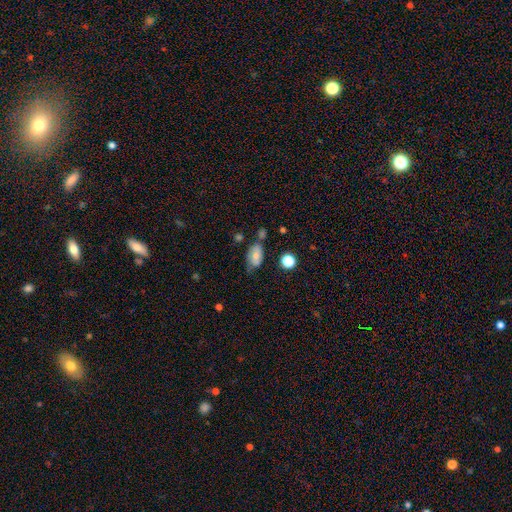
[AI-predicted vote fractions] The model was most divided on "merging": none: 49%, minor disturbance: 32%, major disturbance: 11%, merger: 9%. More confident: how rounded — in between (88%); smooth or featured — smooth (66%).